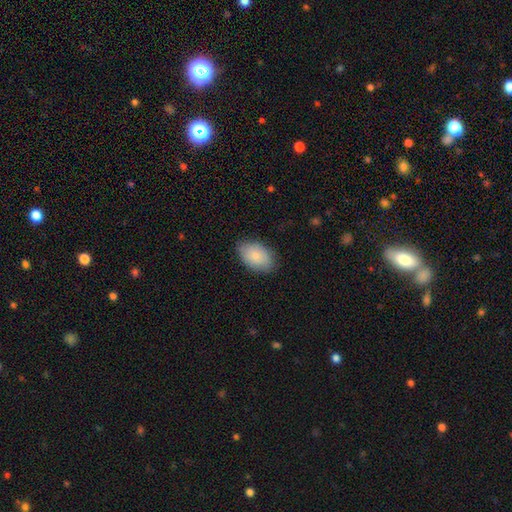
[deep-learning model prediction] This is clearly a smooth galaxy (84%). How rounded: clearly in between (90%). Merging: clearly none (82%).